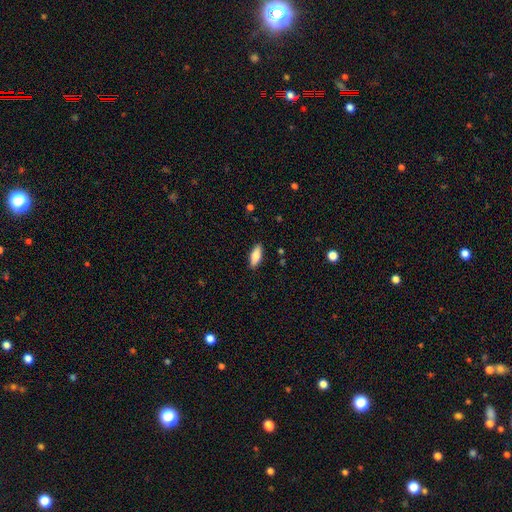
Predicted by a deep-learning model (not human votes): This is likely a smooth galaxy (77%). How rounded: likely in between (74%). Merging: clearly none (89%).